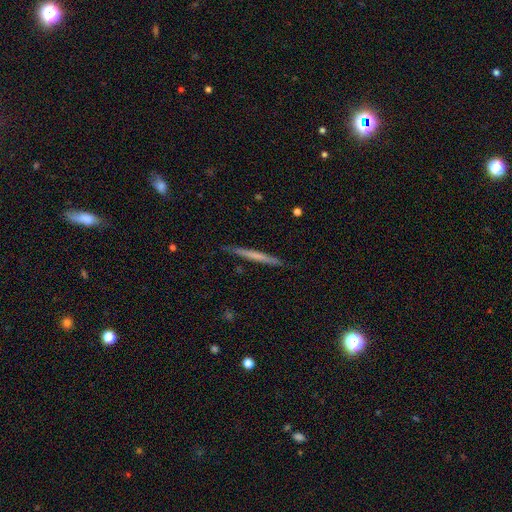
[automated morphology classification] Smooth or featured: smooth — 52% (featured or disk — 42%)
How rounded: cigar-shaped — 97% (in between — 2%)
Merging: none — 87% (minor disturbance — 10%)